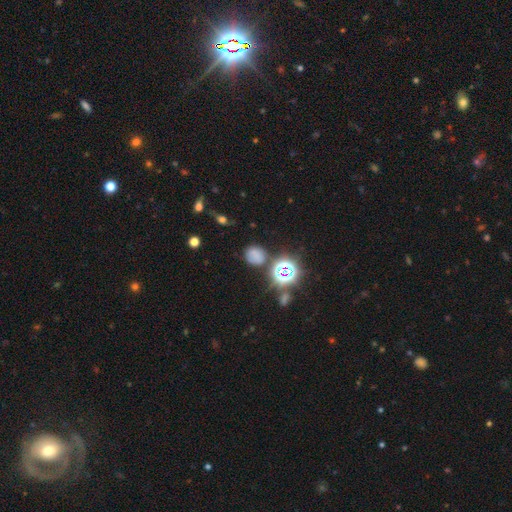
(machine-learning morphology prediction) Smooth or featured? smooth (63%)
How rounded? round (80%)
Merging? none (73%)